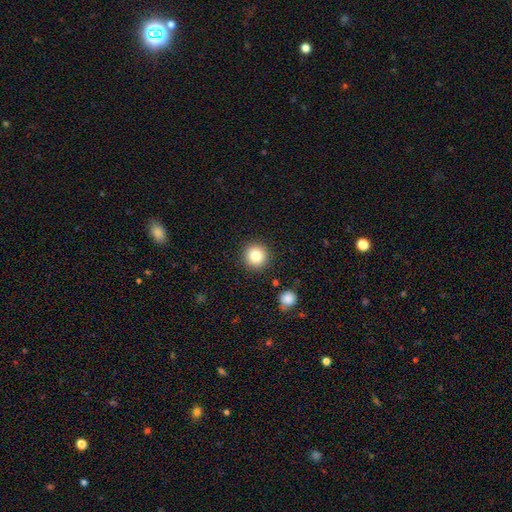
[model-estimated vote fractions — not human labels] Morphology: type=smooth (81%); roundness=round (95%); merging=none (90%).